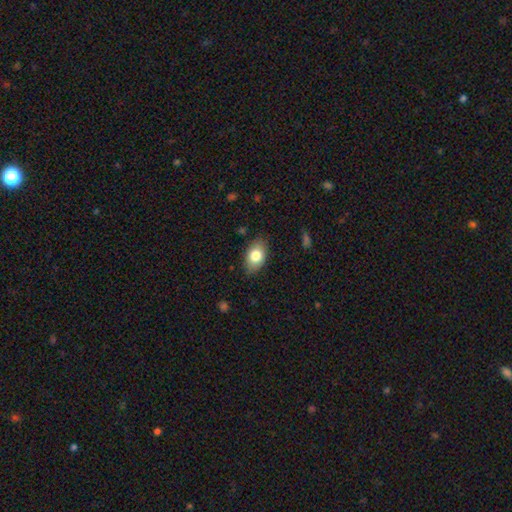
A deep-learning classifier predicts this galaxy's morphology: Smooth or featured? Predicted: smooth (p=0.79). How rounded? Predicted: in between (p=0.87). Merging? Predicted: none (p=0.83).